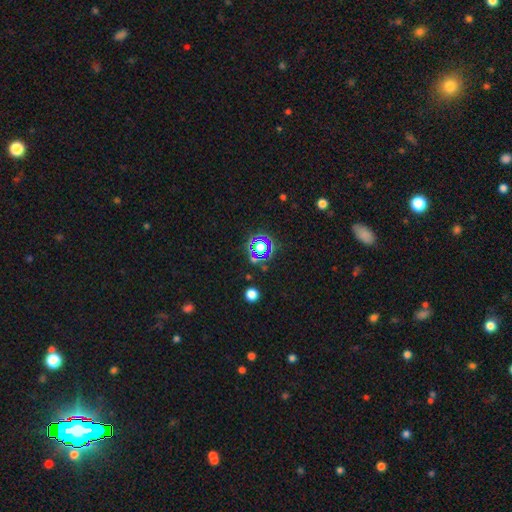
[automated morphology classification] Smooth or featured?
  - star or artifact: 71% *
  - smooth: 20%
  - featured or disk: 8%